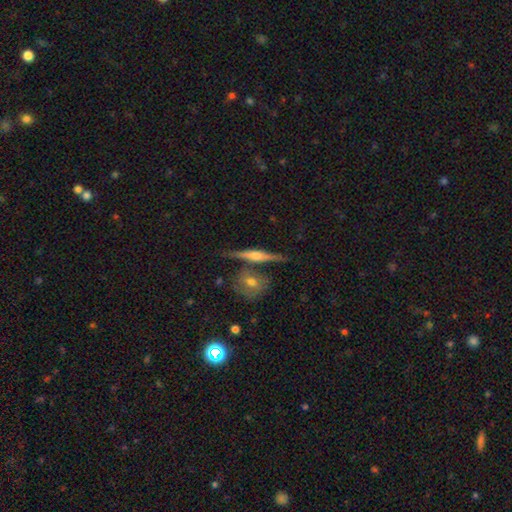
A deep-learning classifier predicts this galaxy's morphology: A featured or disk galaxy (72%) viewed edge-on (96%) with a rounded central bulge (76%).

Vote fractions:
- Smooth or featured? featured or disk: 72% / smooth: 21% / star or artifact: 6%
- Edge-on disk? yes: 96% / no: 4%
- Edge-on bulge? rounded: 76% / boxy: 15% / none: 9%
- Merging? none: 73% / minor disturbance: 12% / merger: 10% / major disturbance: 4%